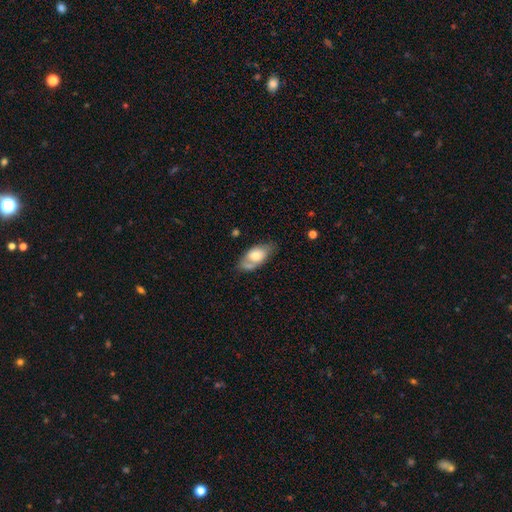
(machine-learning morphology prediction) Q: Smooth or featured?
A: smooth (59%); runner-up: featured or disk (34%)
Q: How rounded?
A: in between (91%); runner-up: round (5%)
Q: Merging?
A: none (54%); runner-up: minor disturbance (28%)